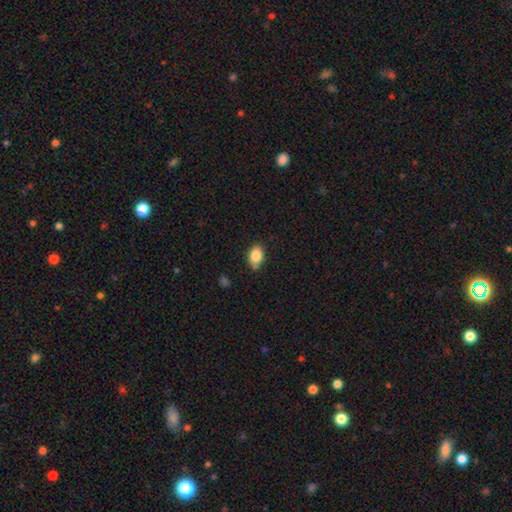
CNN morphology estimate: smooth_or_featured: smooth (p=0.86) [alt: star or artifact p=0.08]
how_rounded: in between (p=0.79) [alt: round p=0.20]
merging: none (p=0.76) [alt: minor disturbance p=0.17]